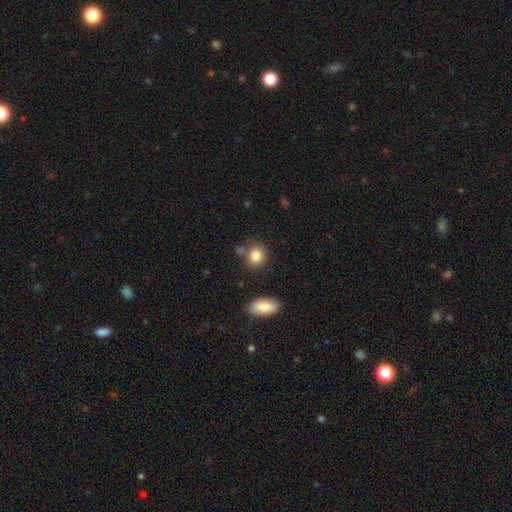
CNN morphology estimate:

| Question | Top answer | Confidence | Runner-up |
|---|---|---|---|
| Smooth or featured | smooth | 86% | star or artifact (8%) |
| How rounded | round | 71% | in between (27%) |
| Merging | none | 73% | minor disturbance (13%) |